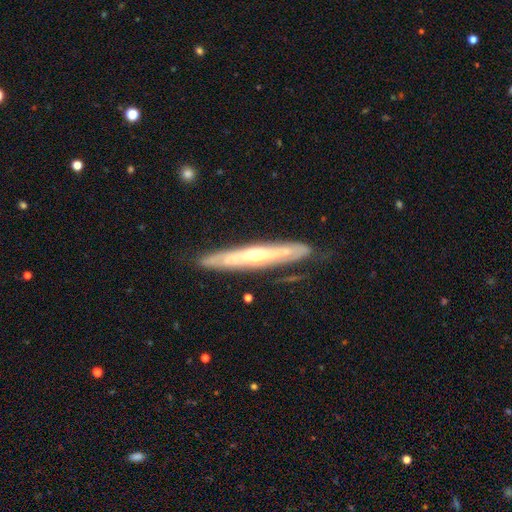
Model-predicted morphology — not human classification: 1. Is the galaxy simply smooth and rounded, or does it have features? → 70% featured or disk, 24% smooth, 6% star or artifact.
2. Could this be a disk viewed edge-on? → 76% yes, 24% no.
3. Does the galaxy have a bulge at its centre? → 66% rounded, 31% none, 4% boxy.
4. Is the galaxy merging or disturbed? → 78% none, 16% minor disturbance, 4% major disturbance, 2% merger.